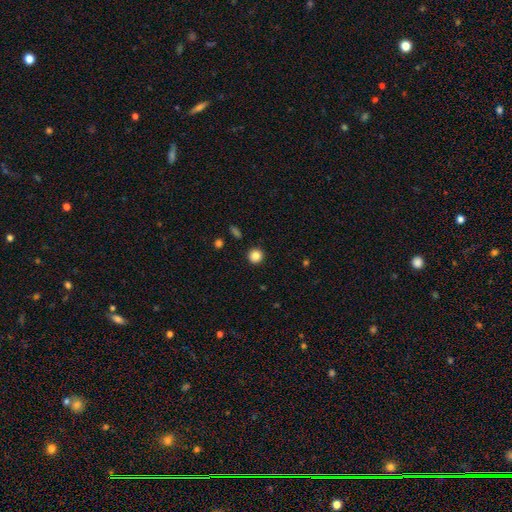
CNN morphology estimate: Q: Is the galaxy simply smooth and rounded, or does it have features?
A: smooth — 85%.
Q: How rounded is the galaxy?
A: round — 94%.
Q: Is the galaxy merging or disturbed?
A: none — 92%.